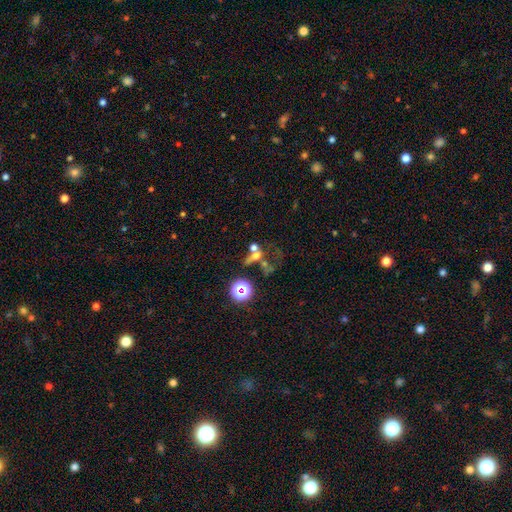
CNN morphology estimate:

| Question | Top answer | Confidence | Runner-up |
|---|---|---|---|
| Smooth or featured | smooth | 42% | star or artifact (29%) |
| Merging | merger | 46% | none (29%) |